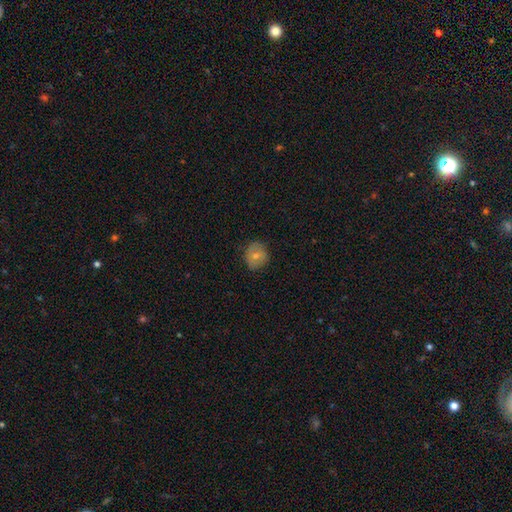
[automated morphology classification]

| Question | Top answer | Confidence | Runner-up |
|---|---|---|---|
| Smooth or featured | smooth | 70% | featured or disk (21%) |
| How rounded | round | 72% | in between (27%) |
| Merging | none | 76% | minor disturbance (18%) |